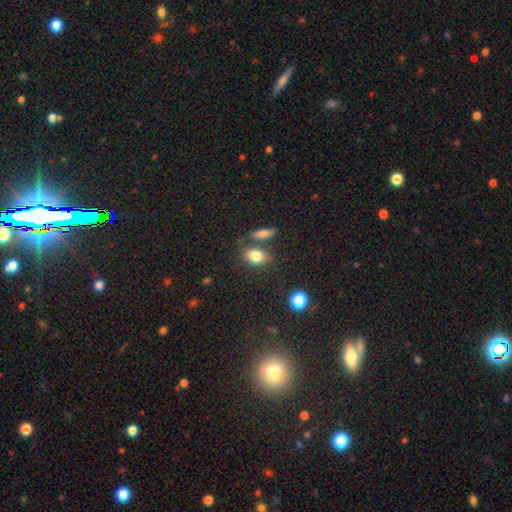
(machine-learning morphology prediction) smooth-or-featured: smooth: 80% | star or artifact: 10% | featured or disk: 10%
  how-rounded: in between: 74% | round: 23% | cigar-shaped: 3%
  merging: none: 63% | merger: 19% | minor disturbance: 14% | major disturbance: 5%